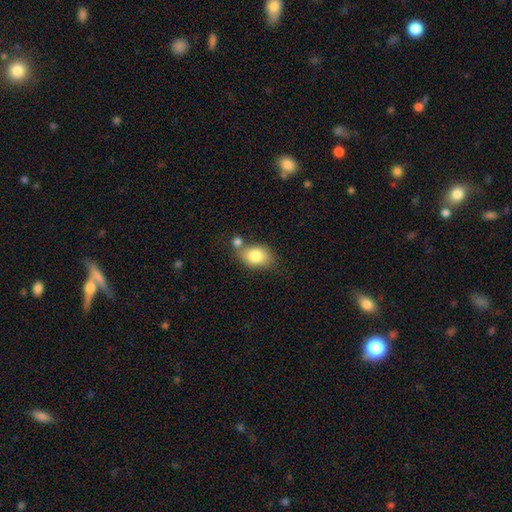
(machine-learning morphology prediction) A smooth galaxy with no disk features (81%) that is in between round and cigar-shaped (74%).

Vote fractions:
- Smooth or featured? smooth: 81% / featured or disk: 11% / star or artifact: 8%
- How rounded? in between: 74% / round: 25% / cigar-shaped: 1%
- Merging? none: 48% / merger: 30% / minor disturbance: 16% / major disturbance: 6%